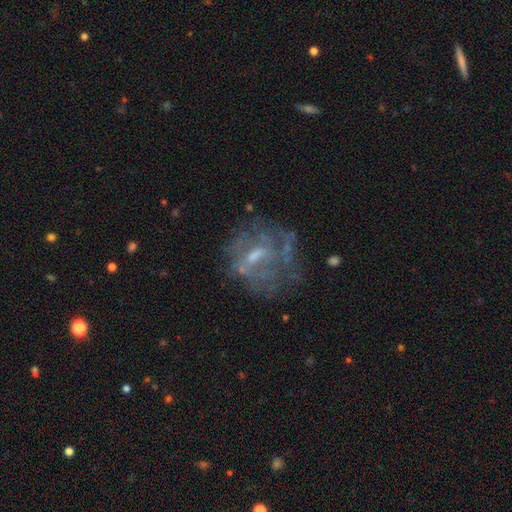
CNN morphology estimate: The model was most divided on "bulge size": moderate: 40%, small: 37%, none: 19%, large: 3%, dominant: 1%. Remaining: edge-on disk — no (96%); smooth or featured — featured or disk (68%); spiral arms — no (64%); merging — none (51%); bar — weak (46%).